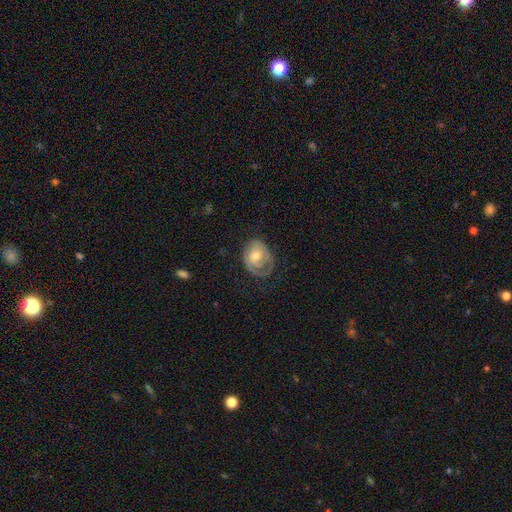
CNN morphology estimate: A featured or disk galaxy (53%) with no bar (75%), spiral arms (67%) and a moderate central bulge (65%).

Vote fractions:
- Smooth or featured? featured or disk: 53% / smooth: 41% / star or artifact: 6%
- Edge-on disk? no: 96% / yes: 4%
- Bar? no: 75% / weak: 21% / strong: 4%
- Spiral arms? yes: 67% / no: 33%
- Bulge size? moderate: 65% / small: 27% / large: 6% / none: 2% / dominant: 1%
- Merging? none: 47% / minor disturbance: 29% / major disturbance: 23% / merger: 1%